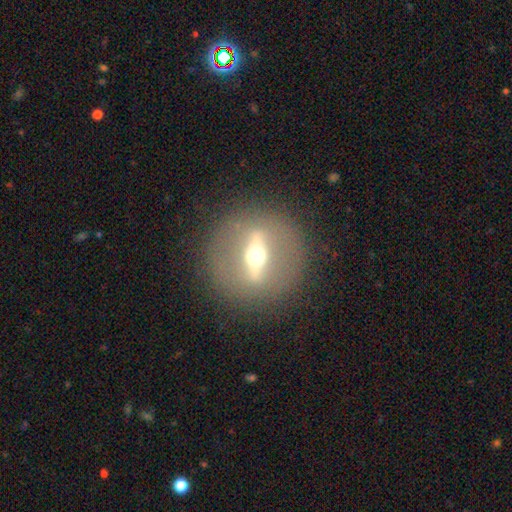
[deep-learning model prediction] Smooth or featured: featured or disk — 79% (smooth — 13%)
Edge-on disk: yes — 54% (no — 46%)
Merging: none — 88% (minor disturbance — 7%)